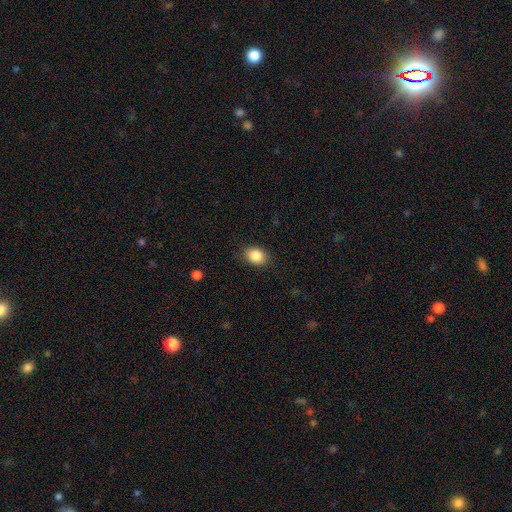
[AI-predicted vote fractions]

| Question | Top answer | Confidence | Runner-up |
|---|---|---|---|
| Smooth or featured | smooth | 86% | star or artifact (9%) |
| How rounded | in between | 64% | round (35%) |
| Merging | none | 84% | minor disturbance (12%) |